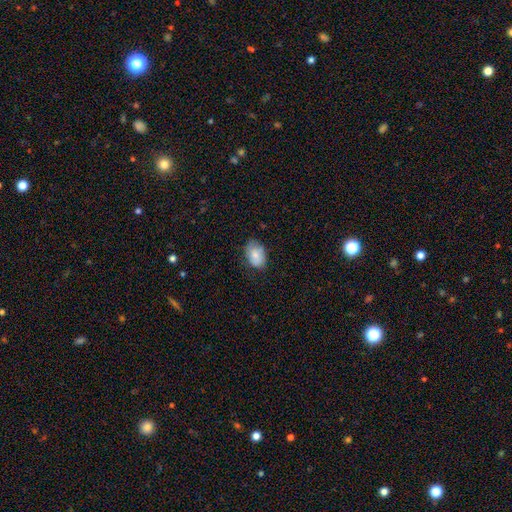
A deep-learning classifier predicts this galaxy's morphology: The model was most divided on "merging": none: 69%, minor disturbance: 25%, major disturbance: 5%, merger: 1%. More confident: how rounded — in between (85%); smooth or featured — smooth (81%).